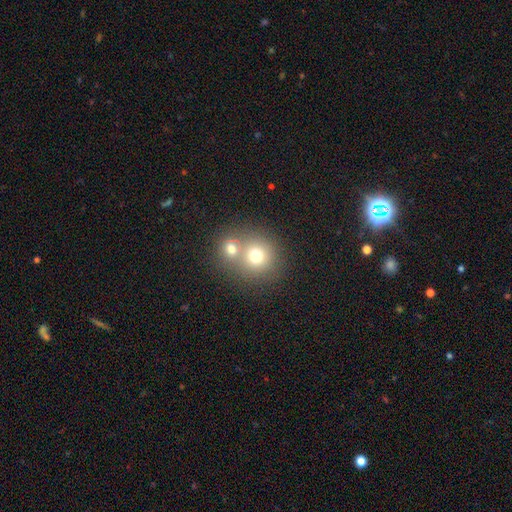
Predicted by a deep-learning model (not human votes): Smooth or featured?
  - smooth: 71% *
  - featured or disk: 15%
  - star or artifact: 14%
How rounded?
  - round: 87% *
  - in between: 13%
  - cigar-shaped: 1%
Merging?
  - none: 45% * (tied)
  - merger: 45% * (tied)
  - minor disturbance: 7%
  - major disturbance: 3%